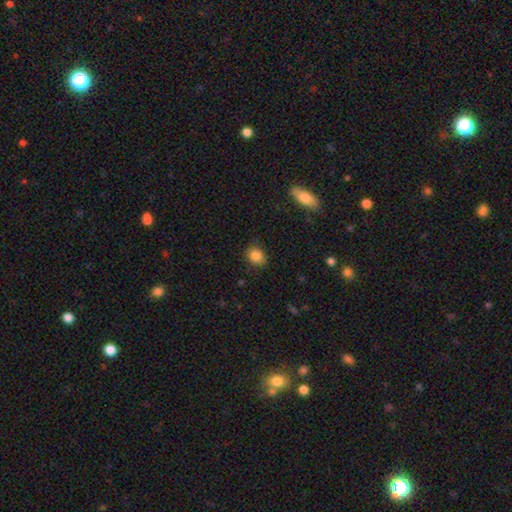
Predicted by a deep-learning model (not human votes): Smooth or featured: smooth — 84% (star or artifact — 11%)
How rounded: round — 70% (in between — 29%)
Merging: none — 81% (minor disturbance — 15%)